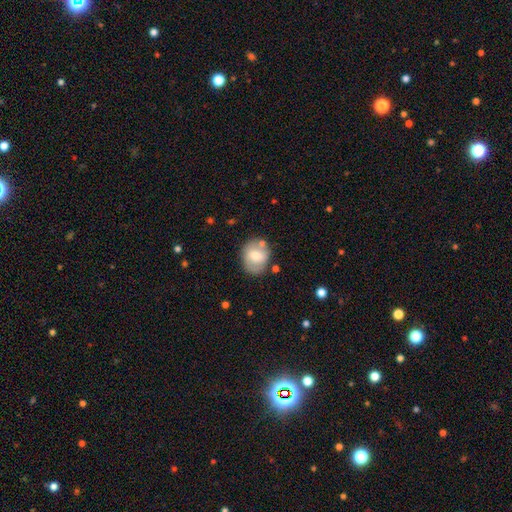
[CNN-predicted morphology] This is likely a smooth galaxy (61%). How rounded: possibly round (58%). Merging: likely none (71%).